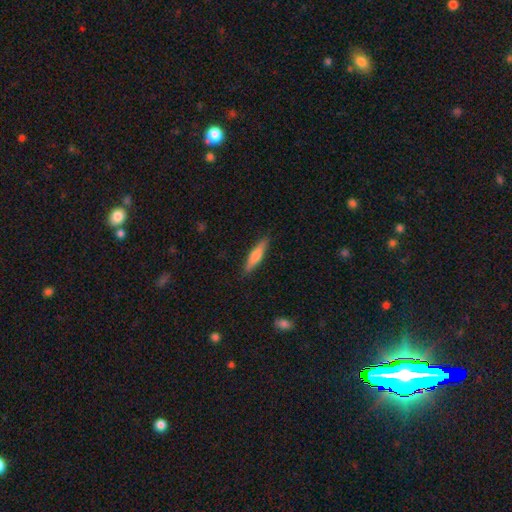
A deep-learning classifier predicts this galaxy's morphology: Smooth or featured? Predicted: smooth (p=0.61). How rounded? Predicted: cigar-shaped (p=0.82). Merging? Predicted: none (p=0.88).